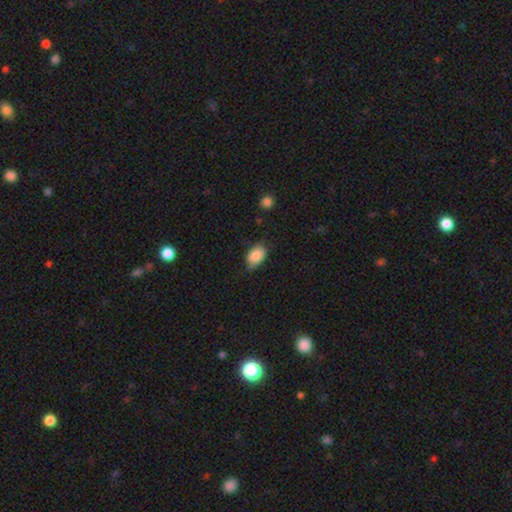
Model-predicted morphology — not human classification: Smooth or featured? smooth (83%)
How rounded? in between (89%)
Merging? none (57%)